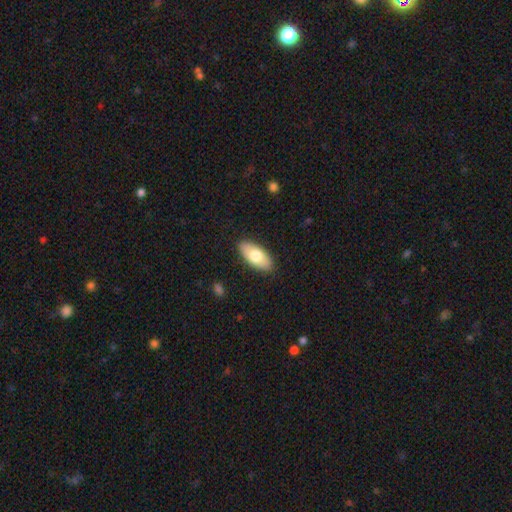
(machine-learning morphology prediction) Smooth or featured? Predicted: smooth (p=0.74). How rounded? Predicted: in between (p=0.90). Merging? Predicted: none (p=0.88).